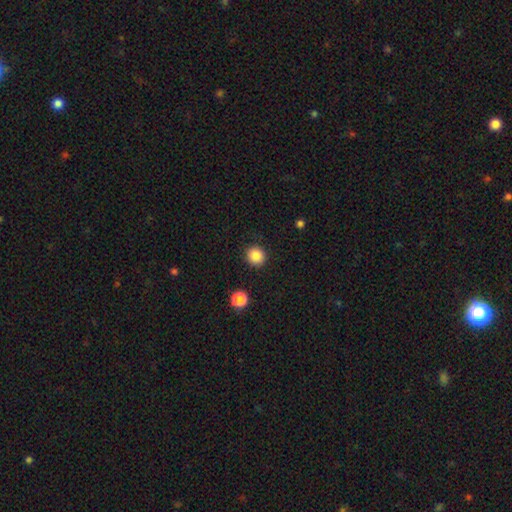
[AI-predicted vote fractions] Morphology: type=smooth (86%); roundness=round (89%); merging=none (90%).